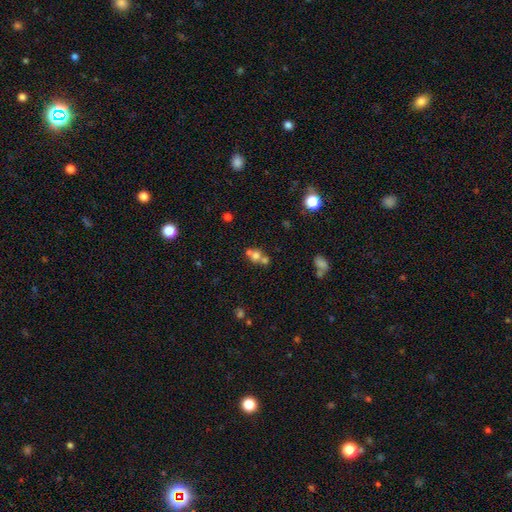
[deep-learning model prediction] smooth_or_featured: smooth (p=0.63) [alt: featured or disk p=0.20]
how_rounded: round (p=0.71) [alt: in between p=0.27]
merging: merger (p=0.52) [alt: none p=0.37]